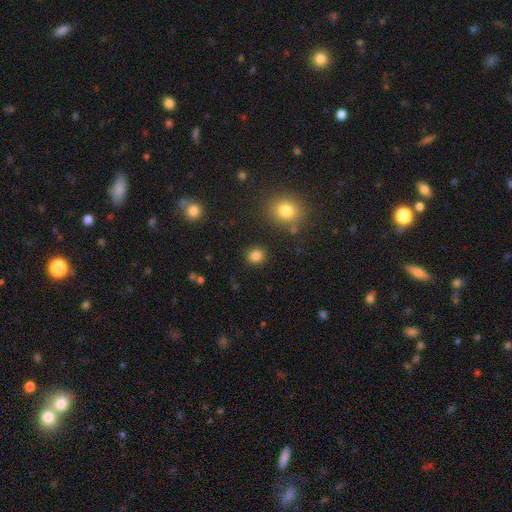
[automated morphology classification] Q: Smooth or featured?
A: smooth (84%); runner-up: star or artifact (12%)
Q: How rounded?
A: round (78%); runner-up: in between (21%)
Q: Merging?
A: none (88%); runner-up: minor disturbance (7%)